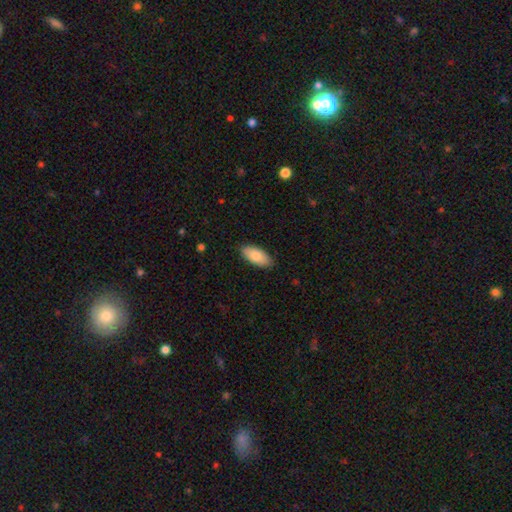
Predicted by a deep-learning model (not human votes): Smooth or featured?
  - smooth: 82% *
  - featured or disk: 13%
  - star or artifact: 6%
How rounded?
  - in between: 91% *
  - cigar-shaped: 7%
  - round: 2%
Merging?
  - none: 87% *
  - minor disturbance: 10%
  - major disturbance: 2%
  - merger: 1%